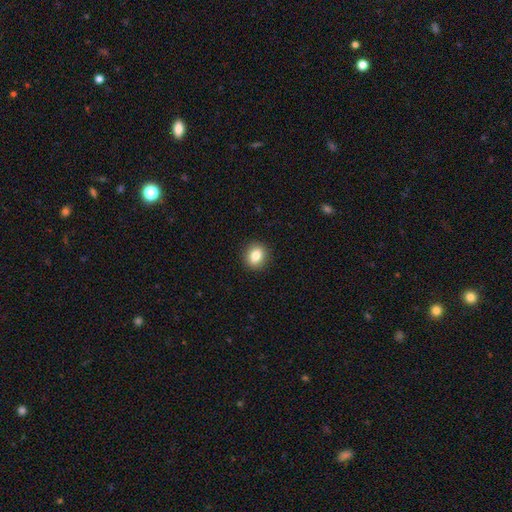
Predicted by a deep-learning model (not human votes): Smooth or featured: smooth — 82% (star or artifact — 9%)
How rounded: round — 66% (in between — 33%)
Merging: none — 91% (minor disturbance — 6%)